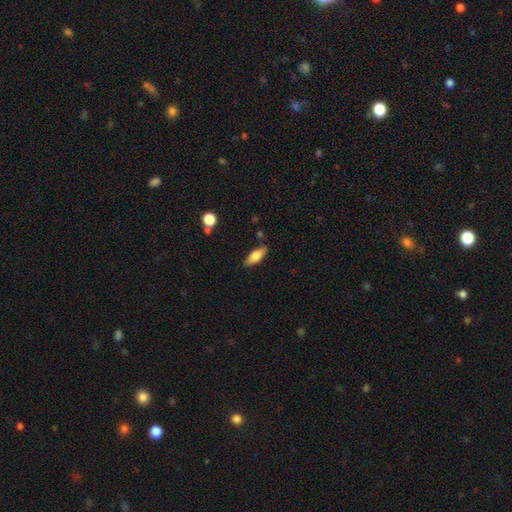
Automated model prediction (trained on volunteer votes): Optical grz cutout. It shows a smooth galaxy with no disk features (63%) that is in between round and cigar-shaped (71%). Merging: none (82%).